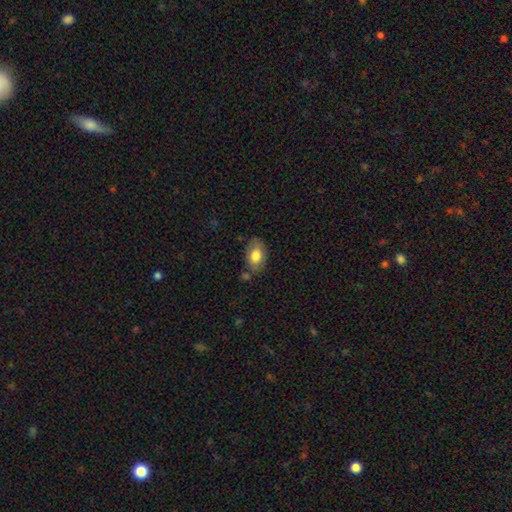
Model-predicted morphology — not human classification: Smooth or featured? smooth (78%)
How rounded? in between (88%)
Merging? none (69%)